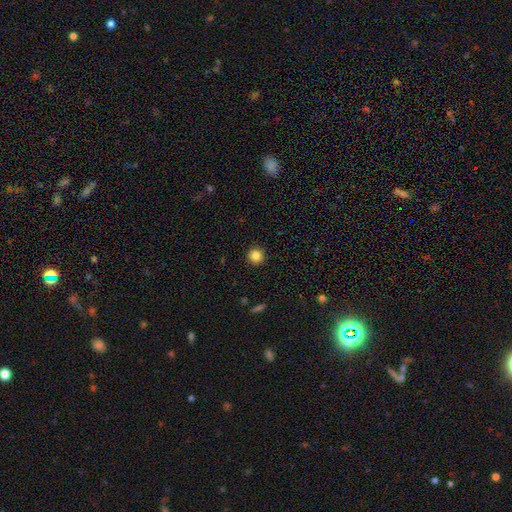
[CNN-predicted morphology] smooth-or-featured: smooth: 85% | star or artifact: 11% | featured or disk: 4%
  how-rounded: round: 95% | in between: 4% | cigar-shaped: 1%
  merging: none: 93% | minor disturbance: 5% | major disturbance: 2% | merger: 1%